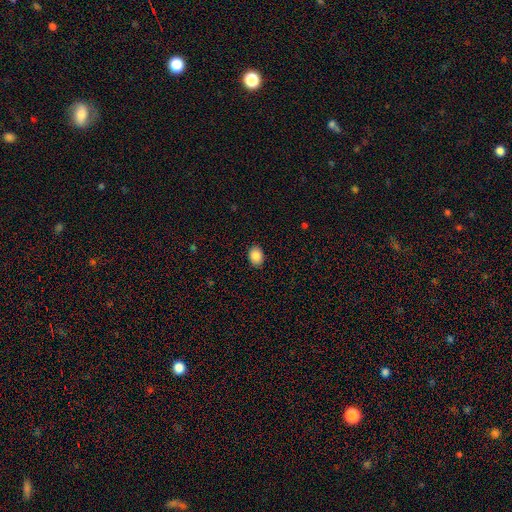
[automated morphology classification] Overall: smooth (88%). How rounded: in between (69%; round 30%). Merging: none (88%).